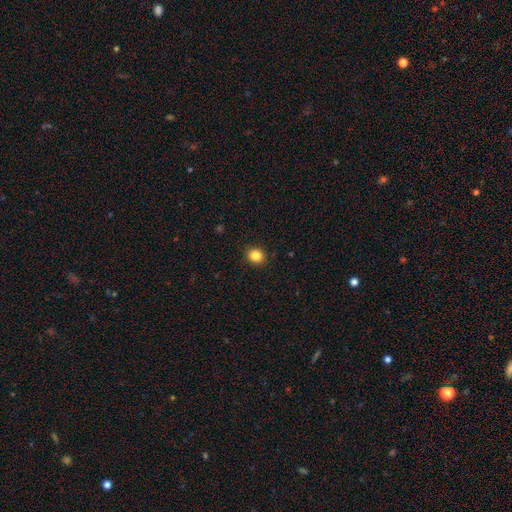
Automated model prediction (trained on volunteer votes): This is clearly a smooth galaxy (85%). How rounded: likely round (71%). Merging: clearly none (91%).